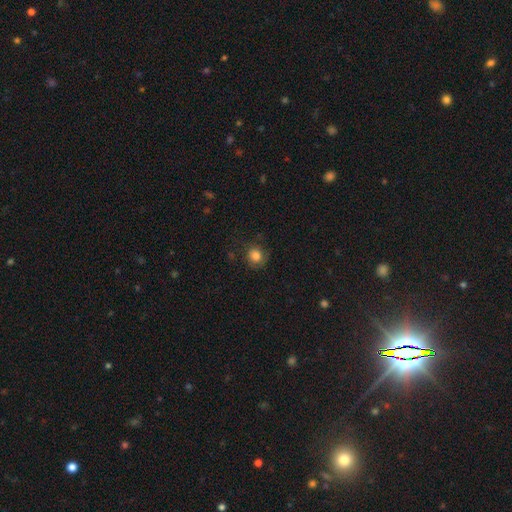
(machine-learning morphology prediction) Smooth or featured? smooth (82%)
How rounded? round (88%)
Merging? none (77%)